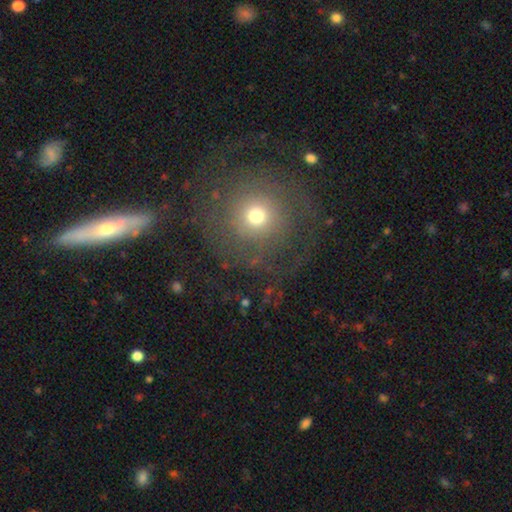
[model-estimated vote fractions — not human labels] A featured or disk galaxy (52%).

Vote fractions:
- Smooth or featured? featured or disk: 52% / smooth: 31% / star or artifact: 17%
- Edge-on disk? no: 89% / yes: 11%
- Merging? none: 75% / minor disturbance: 12% / major disturbance: 9% / merger: 4%